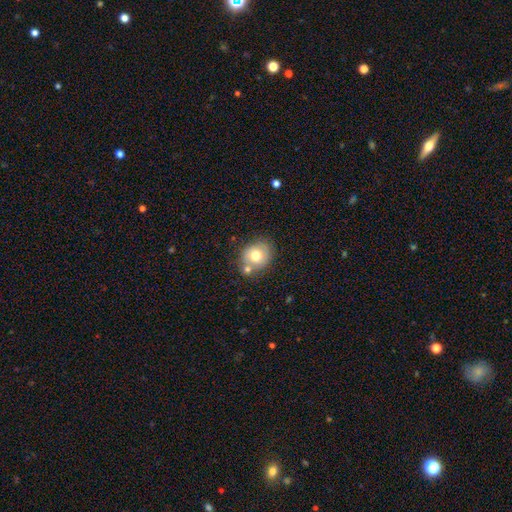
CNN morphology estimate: smooth-or-featured: smooth: 69% | featured or disk: 22% | star or artifact: 9%
  how-rounded: round: 70% | in between: 29% | cigar-shaped: 1%
  merging: none: 59% | merger: 21% | minor disturbance: 15% | major disturbance: 5%